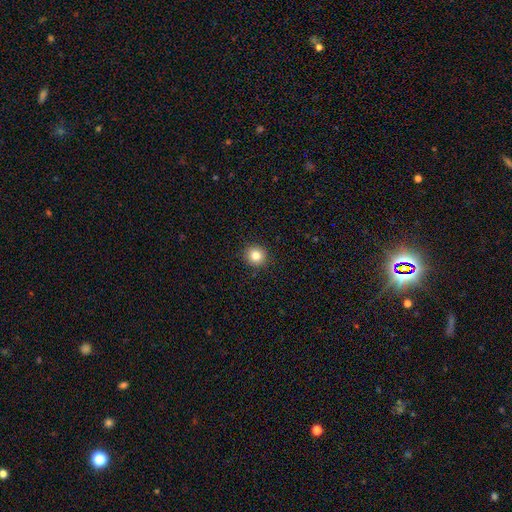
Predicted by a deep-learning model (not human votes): Smooth or featured?
  - smooth: 83% *
  - star or artifact: 11%
  - featured or disk: 6%
How rounded?
  - round: 92% *
  - in between: 7%
  - cigar-shaped: 1%
Merging?
  - none: 92% *
  - minor disturbance: 5%
  - major disturbance: 2%
  - merger: 1%